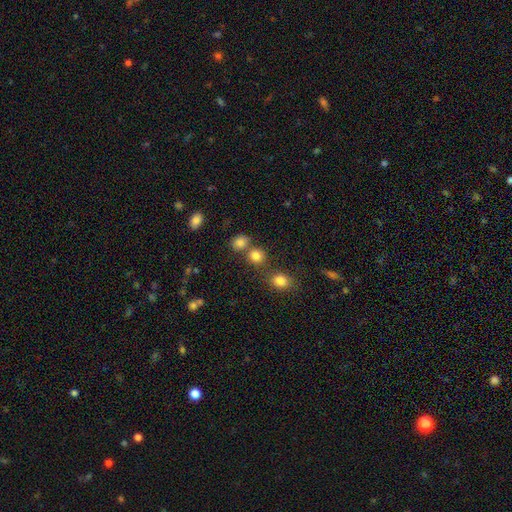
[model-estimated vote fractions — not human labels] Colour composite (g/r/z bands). It shows a smooth galaxy with no disk features (80%) that is round (83%). Merging: none (63%).